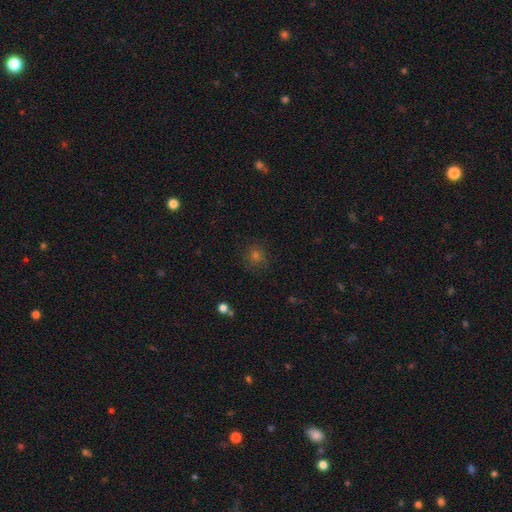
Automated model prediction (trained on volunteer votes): Smooth or featured: smooth — 63% (star or artifact — 28%)
How rounded: round — 92% (in between — 7%)
Merging: none — 87% (minor disturbance — 9%)